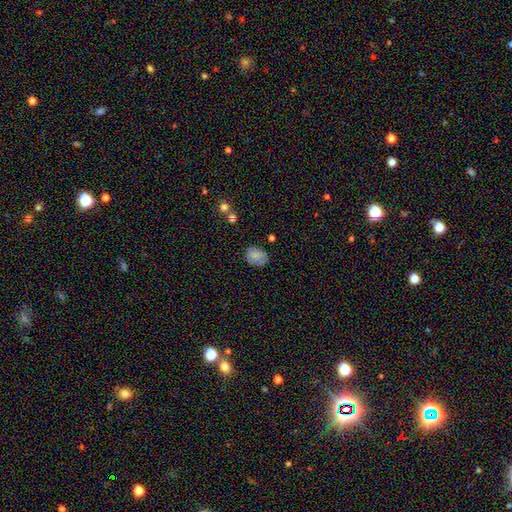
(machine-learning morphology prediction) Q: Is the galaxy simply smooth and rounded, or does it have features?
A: smooth — 75%.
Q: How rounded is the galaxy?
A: in between — 51%.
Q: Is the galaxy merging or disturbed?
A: none — 72%.